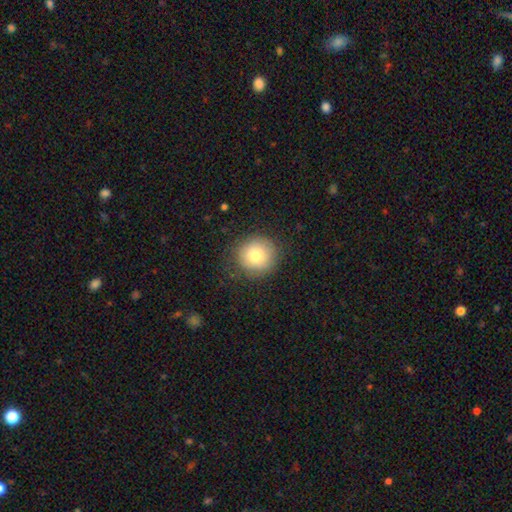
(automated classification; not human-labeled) Smooth or featured? smooth (78%)
How rounded? round (93%)
Merging? none (84%)